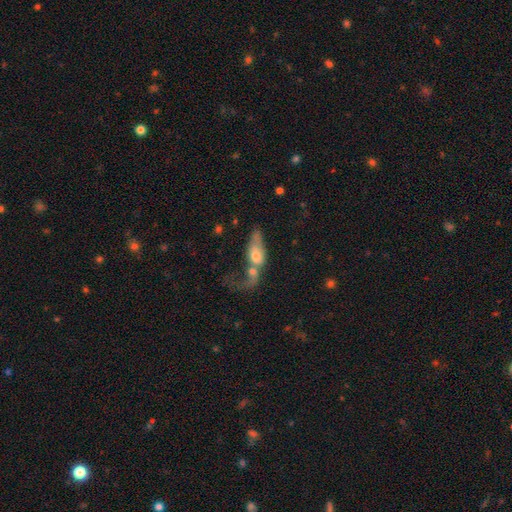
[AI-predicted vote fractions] Q: Smooth or featured?
A: smooth (54%); runner-up: featured or disk (38%)
Q: How rounded?
A: in between (71%); runner-up: round (16%)
Q: Merging?
A: merger (63%); runner-up: major disturbance (22%)